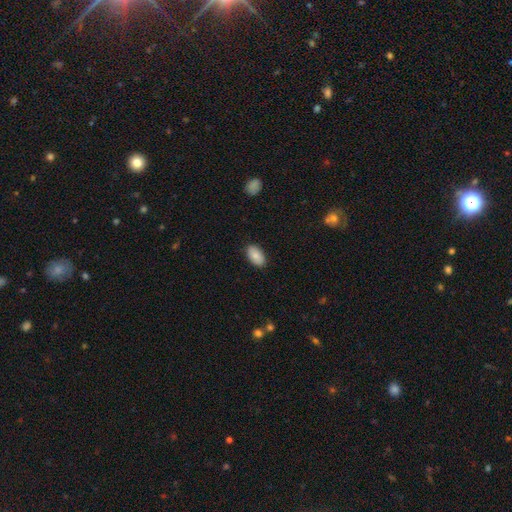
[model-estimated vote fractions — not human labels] A smooth galaxy with no disk features (86%) that is in between round and cigar-shaped (95%). Merging: none (88%).